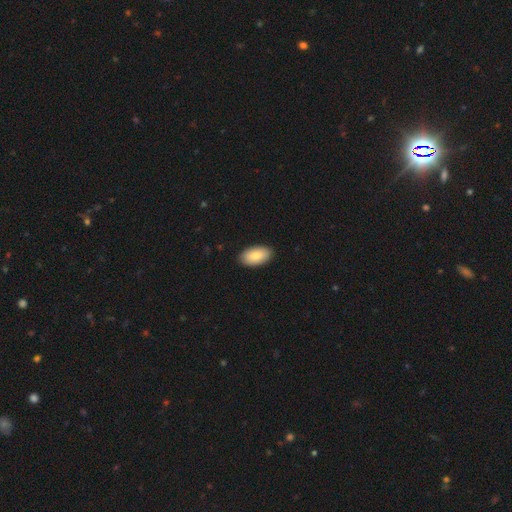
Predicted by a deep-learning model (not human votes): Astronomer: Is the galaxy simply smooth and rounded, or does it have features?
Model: smooth — 86%.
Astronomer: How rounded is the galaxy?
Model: in between — 95%.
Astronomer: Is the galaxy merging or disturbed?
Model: none — 89%.